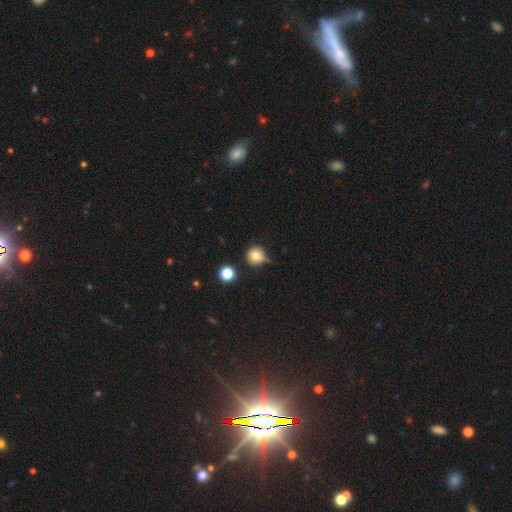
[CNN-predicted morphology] smooth 79%, star or artifact 12%, featured or disk 9%. Down the decision tree: how rounded — round (93%); merging — none (64%).